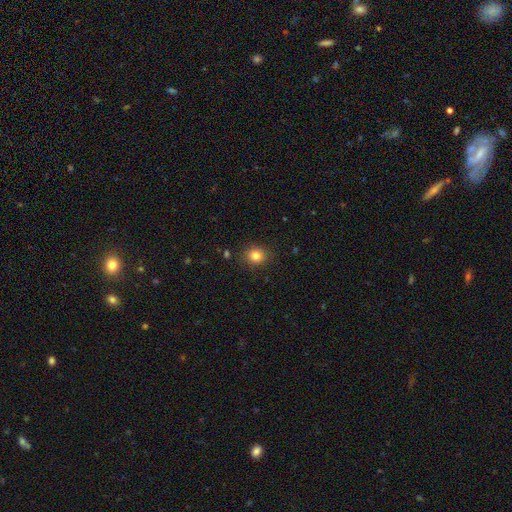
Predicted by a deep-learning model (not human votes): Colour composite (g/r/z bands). It shows a smooth galaxy with no disk features (83%) that is round (79%). Merging: none (88%).